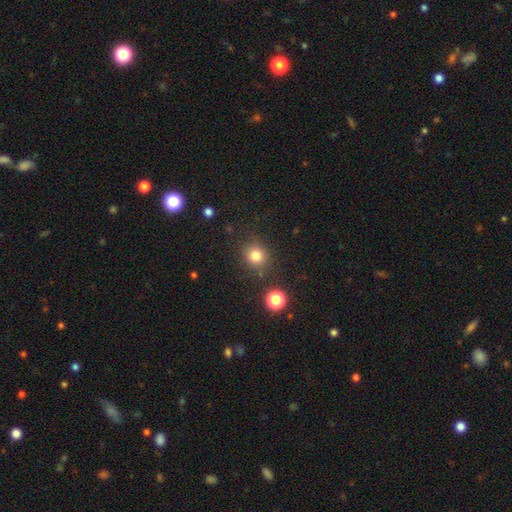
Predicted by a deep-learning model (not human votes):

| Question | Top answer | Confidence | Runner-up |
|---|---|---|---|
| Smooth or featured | smooth | 80% | star or artifact (14%) |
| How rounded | round | 88% | in between (11%) |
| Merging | none | 83% | minor disturbance (9%) |